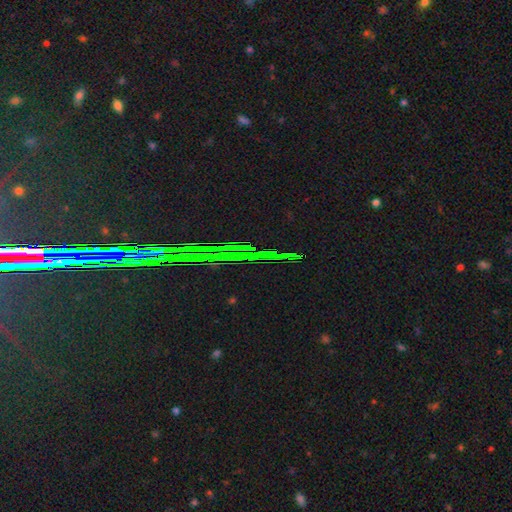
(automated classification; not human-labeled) Smooth or featured? Predicted: star or artifact (p=0.85).